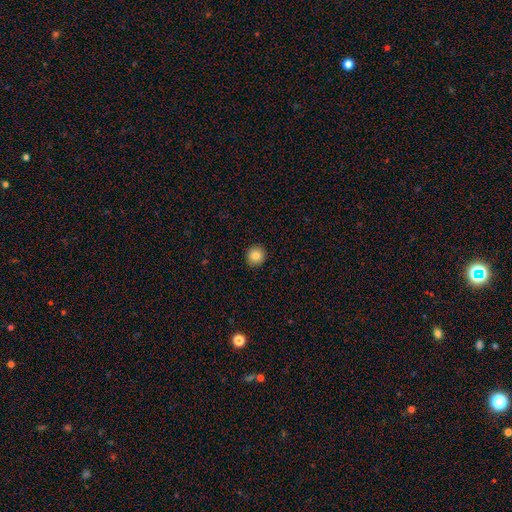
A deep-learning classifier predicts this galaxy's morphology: A smooth galaxy with no disk features (85%) that is round (91%).

Vote fractions:
- Smooth or featured? smooth: 85% / star or artifact: 10% / featured or disk: 5%
- How rounded? round: 91% / in between: 8% / cigar-shaped: 1%
- Merging? none: 92% / minor disturbance: 5% / major disturbance: 2% / merger: 1%